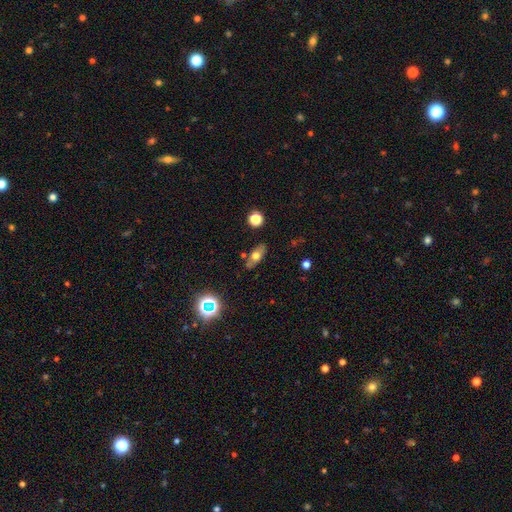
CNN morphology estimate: Smooth or featured?
  - smooth: 61% *
  - featured or disk: 29%
  - star or artifact: 11%
How rounded?
  - in between: 78% *
  - cigar-shaped: 14%
  - round: 8%
Merging?
  - none: 78% *
  - minor disturbance: 14%
  - merger: 5%
  - major disturbance: 3%